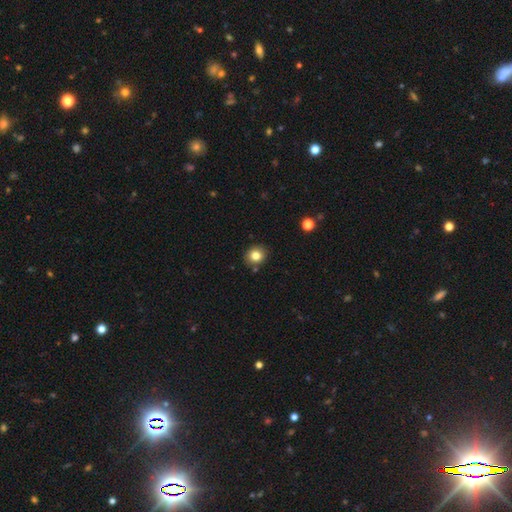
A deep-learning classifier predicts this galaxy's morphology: Smooth or featured? Predicted: smooth (p=0.82). How rounded? Predicted: round (p=0.79). Merging? Predicted: none (p=0.86).